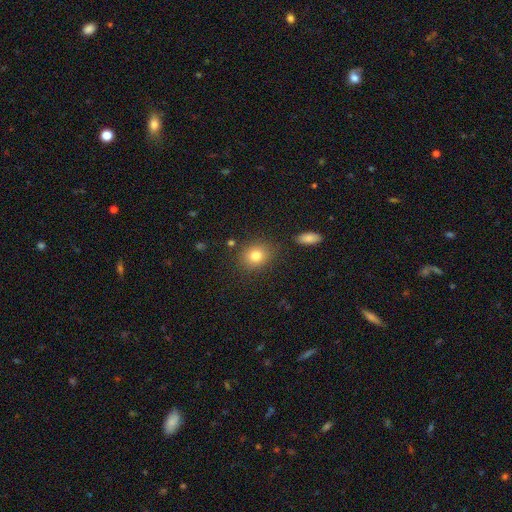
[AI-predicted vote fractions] Smooth or featured? Predicted: smooth (p=0.80). How rounded? Predicted: round (p=0.65). Merging? Predicted: none (p=0.83).